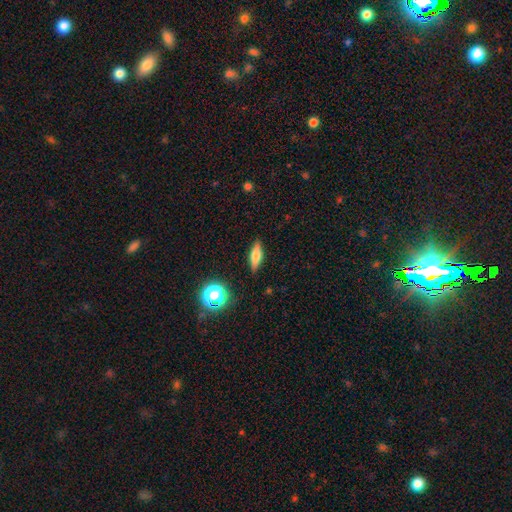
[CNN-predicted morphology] This is likely a smooth galaxy (60%). How rounded: possibly cigar-shaped (52%). Merging: clearly none (87%).